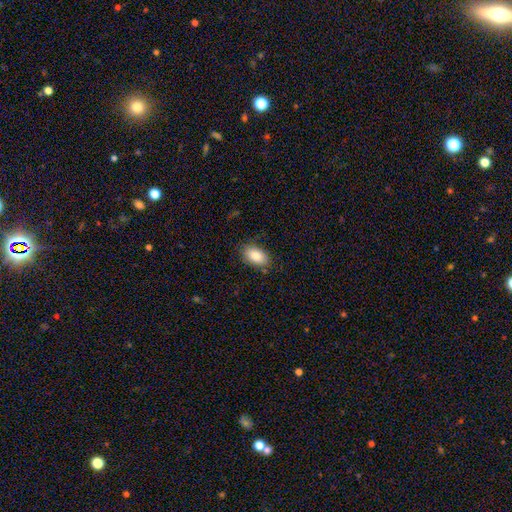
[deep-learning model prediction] Overall: smooth (85%). How rounded: in between (92%). Merging: none (83%).